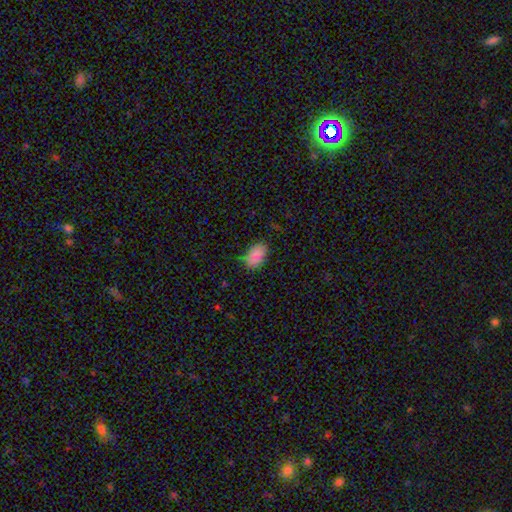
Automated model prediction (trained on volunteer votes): This appears to be a smooth galaxy with no disk features (87%) that is in between round and cigar-shaped (92%). Merging: none (76%).